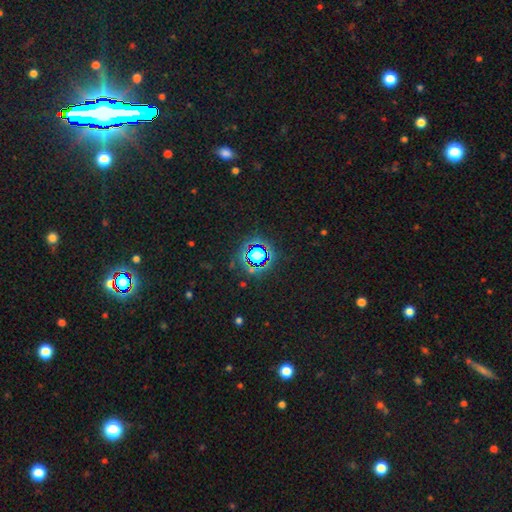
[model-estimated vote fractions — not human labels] Q: Smooth or featured?
A: star or artifact (64%); runner-up: smooth (25%)